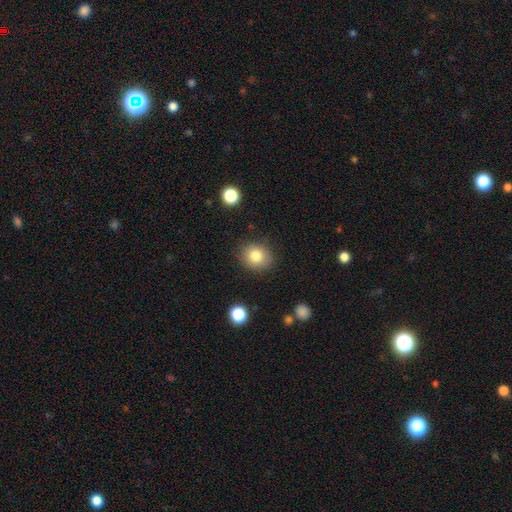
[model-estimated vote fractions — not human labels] A smooth galaxy with no disk features (82%) that is round (73%). Merging: none (86%).